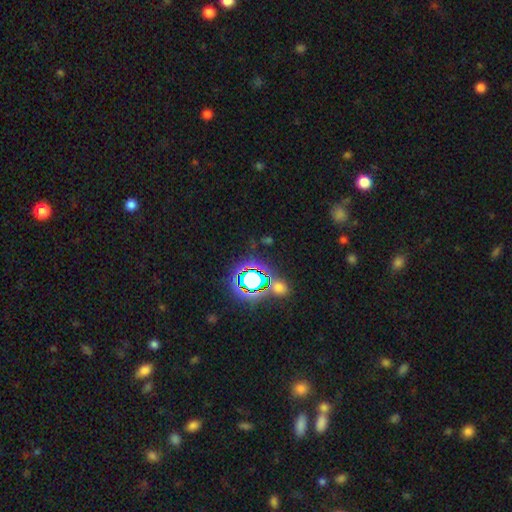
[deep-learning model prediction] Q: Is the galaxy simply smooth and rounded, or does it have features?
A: star or artifact — 79%.